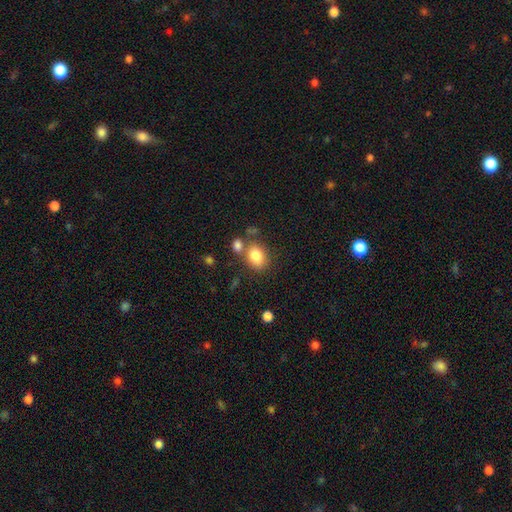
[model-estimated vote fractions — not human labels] The model was most divided on "how rounded": in between: 69%, round: 30%, cigar-shaped: 1%. More confident: smooth or featured — smooth (83%); merging — none (62%).